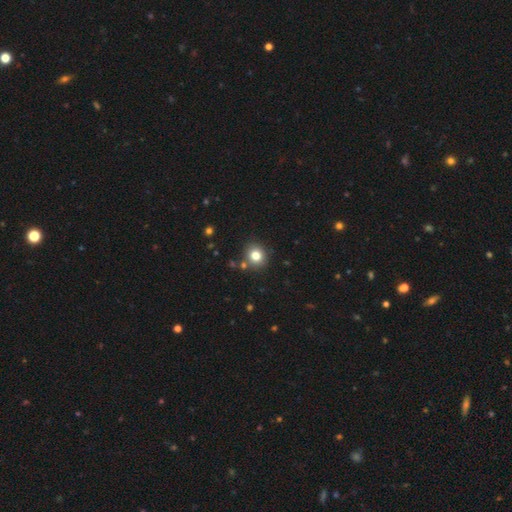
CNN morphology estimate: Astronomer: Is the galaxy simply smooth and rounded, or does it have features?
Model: smooth — 79%.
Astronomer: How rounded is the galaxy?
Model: round — 80%.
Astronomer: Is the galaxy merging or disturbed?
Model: none — 83%.